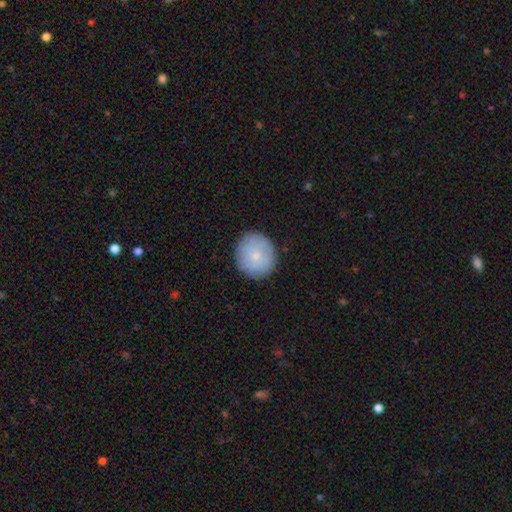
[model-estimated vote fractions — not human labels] Q: Smooth or featured?
A: smooth (75%); runner-up: featured or disk (19%)
Q: How rounded?
A: round (85%); runner-up: in between (15%)
Q: Merging?
A: none (85%); runner-up: minor disturbance (11%)